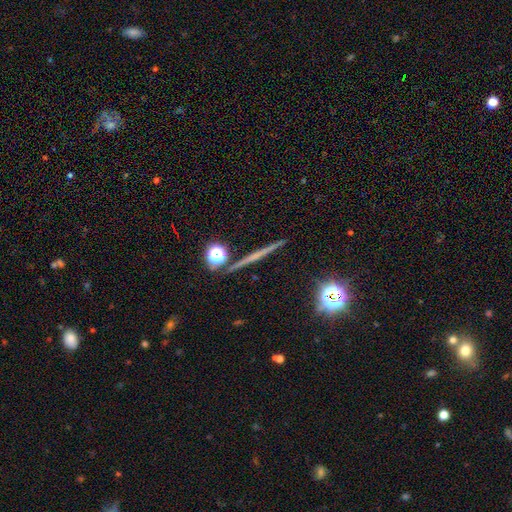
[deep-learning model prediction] Overall: featured or disk (55%; smooth 29%). Edge-on disk: yes (96%). Edge-on bulge: none (82%). Merging: none (90%).